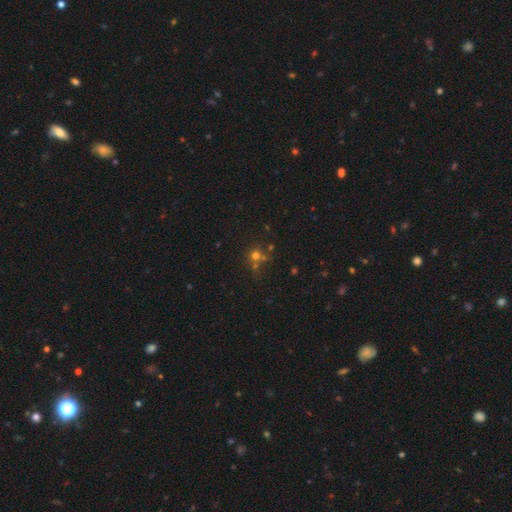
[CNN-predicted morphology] The model was most divided on "merging": none: 52%, merger: 32%, minor disturbance: 10%, major disturbance: 6%. More confident: how rounded — round (86%); smooth or featured — smooth (58%).